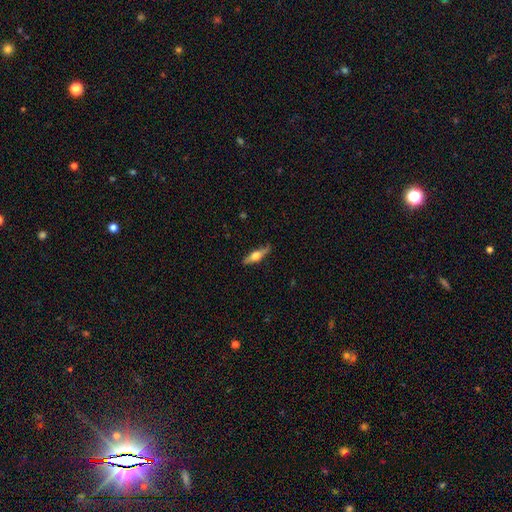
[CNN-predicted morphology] smooth_or_featured: featured or disk (p=0.51) [alt: smooth p=0.43]
disk_edge_on: yes (p=0.92) [alt: no p=0.08]
merging: none (p=0.82) [alt: minor disturbance p=0.14]